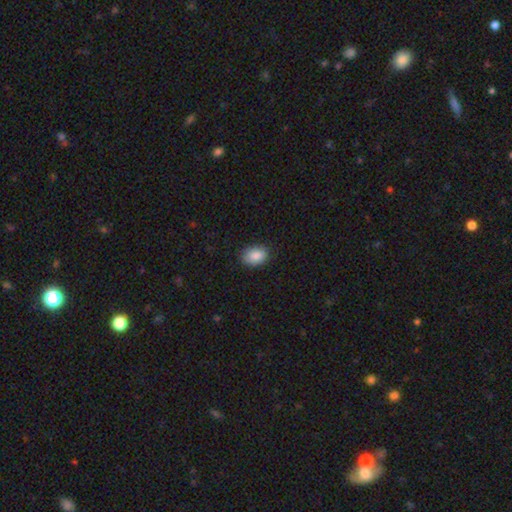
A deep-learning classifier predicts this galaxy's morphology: The model was most divided on "how rounded": in between: 79%, round: 20%, cigar-shaped: 1%. More confident: smooth or featured — smooth (87%); merging — none (84%).